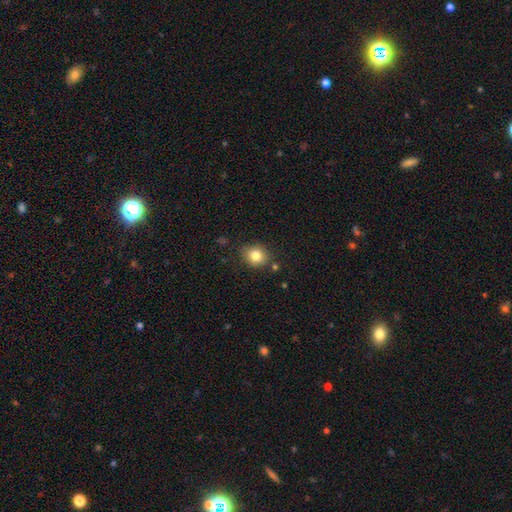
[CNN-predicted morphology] The model was most divided on "how rounded": round: 70%, in between: 29%, cigar-shaped: 1%. More confident: smooth or featured — smooth (82%); merging — none (81%).